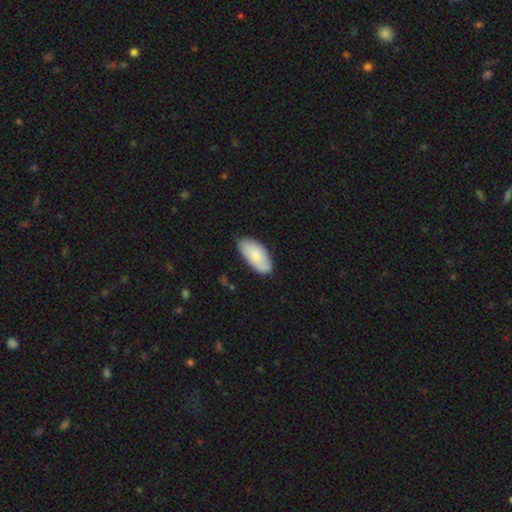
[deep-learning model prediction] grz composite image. It shows a smooth galaxy with no disk features (80%) that is in between round and cigar-shaped (94%). Merging: none (75%).